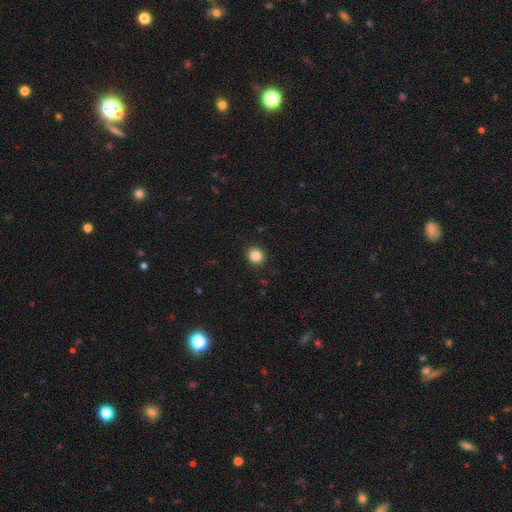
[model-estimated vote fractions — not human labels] This appears to be a smooth galaxy with no disk features (85%) that is round (87%). Merging: none (92%).